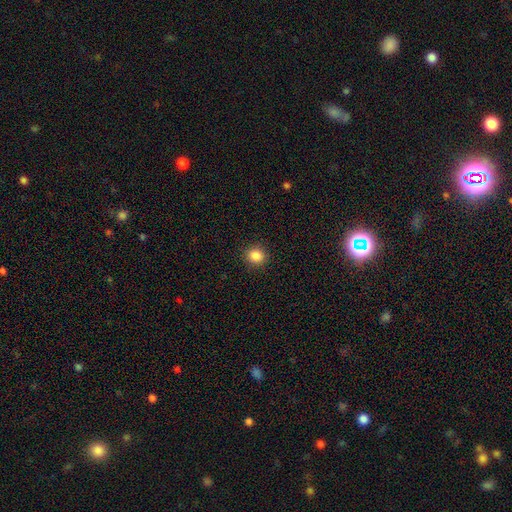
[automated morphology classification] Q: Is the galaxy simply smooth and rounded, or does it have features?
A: smooth — 86%.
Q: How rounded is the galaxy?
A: round — 84%.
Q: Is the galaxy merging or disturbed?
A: none — 91%.